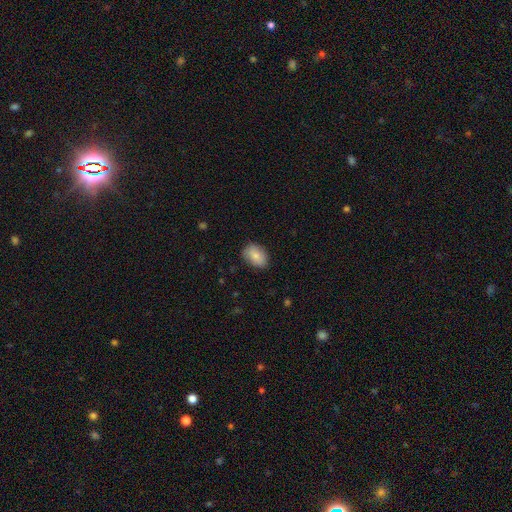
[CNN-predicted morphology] Smooth or featured? Predicted: smooth (p=0.82). How rounded? Predicted: in between (p=0.82). Merging? Predicted: none (p=0.80).